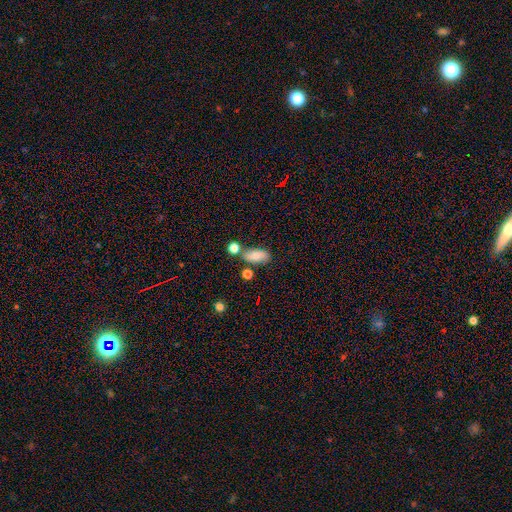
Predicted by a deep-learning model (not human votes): smooth 75%, featured or disk 16%, star or artifact 9%. Down the decision tree: how rounded — in between (84%); merging — none (64%).